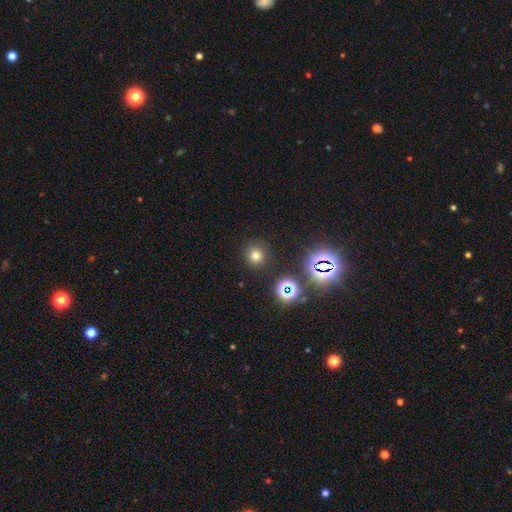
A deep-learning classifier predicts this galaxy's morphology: This appears to be a smooth galaxy with no disk features (70%) that is round (92%). Merging: none (89%).